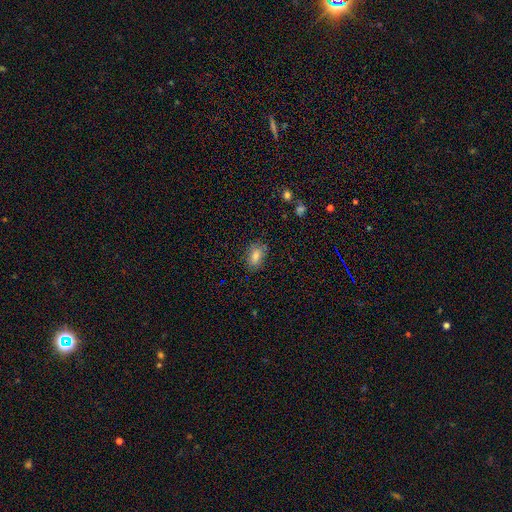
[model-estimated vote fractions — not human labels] smooth_or_featured: smooth (p=0.78) [alt: star or artifact p=0.13]
how_rounded: in between (p=0.85) [alt: round p=0.12]
merging: none (p=0.79) [alt: minor disturbance p=0.15]